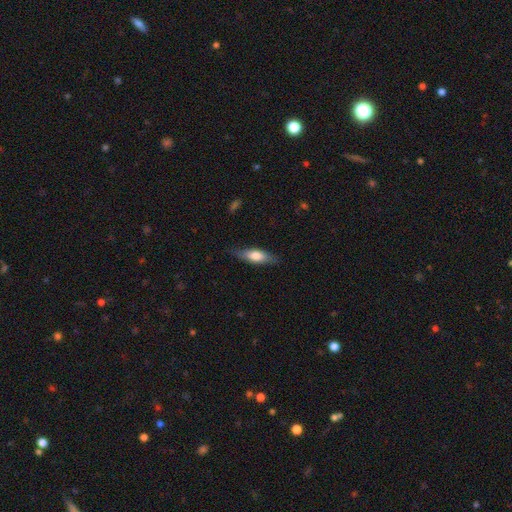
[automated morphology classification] Smooth or featured? smooth (64%)
How rounded? in between (52%)
Merging? none (80%)